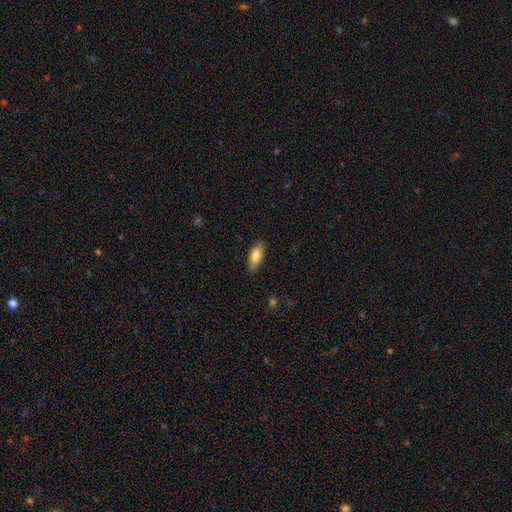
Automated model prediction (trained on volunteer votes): A smooth galaxy with no disk features (79%) that is in between round and cigar-shaped (79%).

Vote fractions:
- Smooth or featured? smooth: 79% / featured or disk: 14% / star or artifact: 6%
- How rounded? in between: 79% / cigar-shaped: 19% / round: 2%
- Merging? none: 84% / minor disturbance: 12% / major disturbance: 2% / merger: 1%